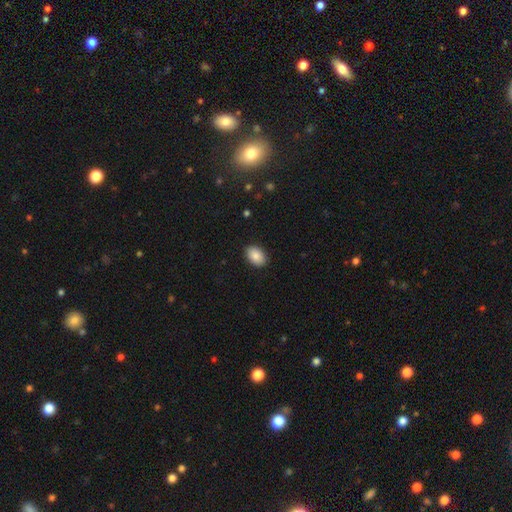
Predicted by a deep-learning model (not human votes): A smooth galaxy with no disk features (87%) that is in between round and cigar-shaped (87%).

Vote fractions:
- Smooth or featured? smooth: 87% / star or artifact: 7% / featured or disk: 6%
- How rounded? in between: 87% / round: 12% / cigar-shaped: 1%
- Merging? none: 90% / minor disturbance: 7% / major disturbance: 2% / merger: 1%